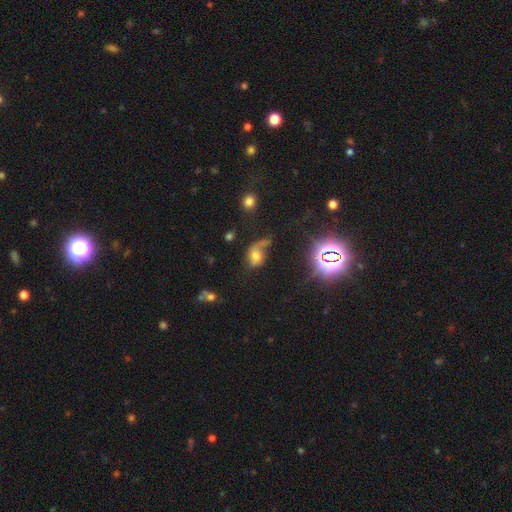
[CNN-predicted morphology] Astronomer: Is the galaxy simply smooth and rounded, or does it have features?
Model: smooth — 56%.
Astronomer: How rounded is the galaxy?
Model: in between — 65%.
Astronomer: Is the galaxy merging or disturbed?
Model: none — 31% (runner-up: major disturbance, 30%).